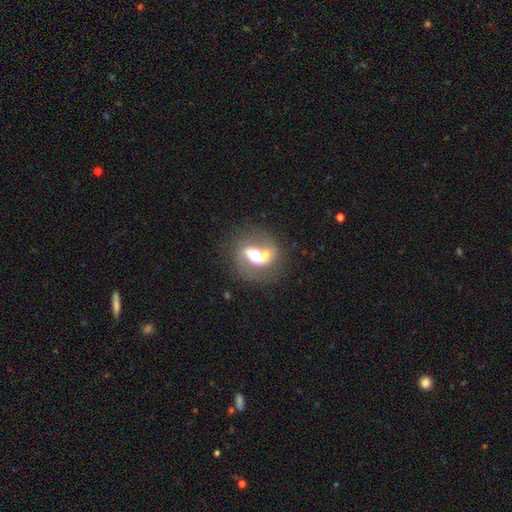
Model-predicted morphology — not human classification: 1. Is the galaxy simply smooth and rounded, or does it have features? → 65% featured or disk, 26% smooth, 8% star or artifact.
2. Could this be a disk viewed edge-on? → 96% no, 4% yes.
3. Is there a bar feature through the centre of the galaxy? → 44% no, 33% weak, 23% strong.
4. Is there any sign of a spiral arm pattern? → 74% yes, 26% no.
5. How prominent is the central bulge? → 64% moderate, 21% large, 10% small, 3% dominant, 2% none.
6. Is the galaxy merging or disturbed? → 45% none, 31% merger, 14% minor disturbance, 10% major disturbance.